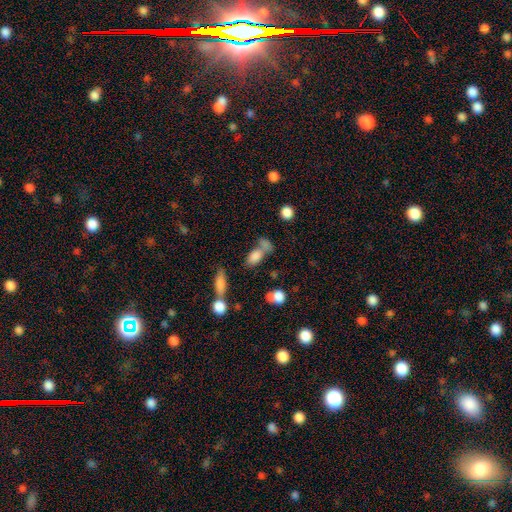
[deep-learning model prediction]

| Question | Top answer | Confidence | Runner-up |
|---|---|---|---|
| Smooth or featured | smooth | 76% | star or artifact (13%) |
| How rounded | in between | 80% | round (13%) |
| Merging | none | 39% | tied: merger (39%) |